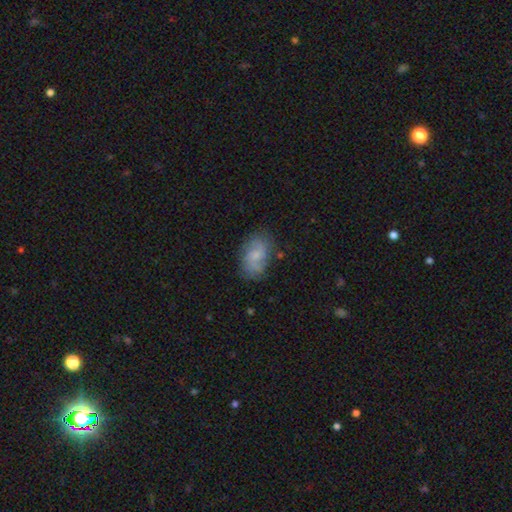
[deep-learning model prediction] Smooth or featured: featured or disk — 49% (smooth — 42%)
Merging: none — 71% (minor disturbance — 20%)